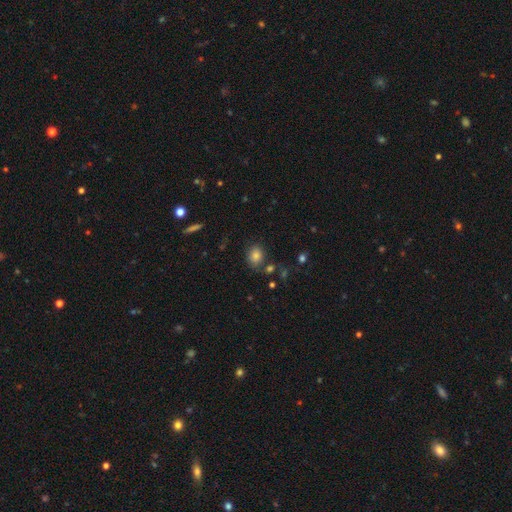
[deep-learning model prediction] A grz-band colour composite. It shows a smooth galaxy with no disk features (82%) that is in between round and cigar-shaped (57%). Merging: none (78%).